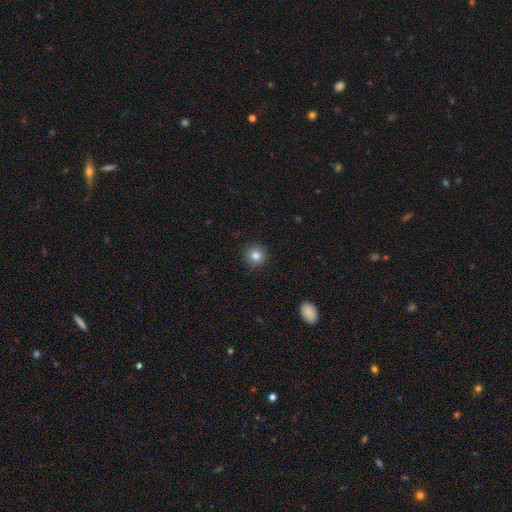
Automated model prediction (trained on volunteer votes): smooth-or-featured: smooth: 83% | star or artifact: 11% | featured or disk: 6%
  how-rounded: round: 95% | in between: 4% | cigar-shaped: 1%
  merging: none: 92% | minor disturbance: 5% | major disturbance: 2% | merger: 1%